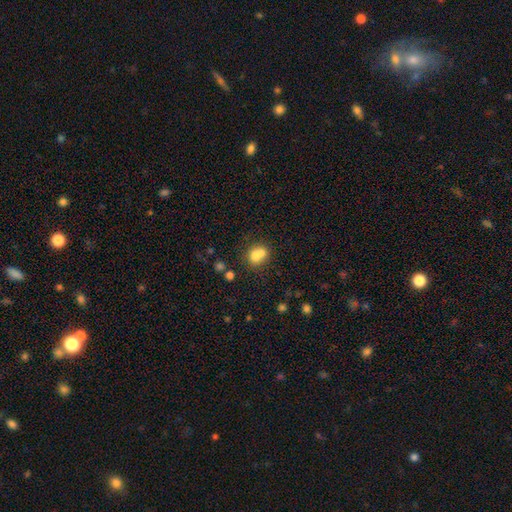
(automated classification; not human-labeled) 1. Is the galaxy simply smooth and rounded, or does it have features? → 72% smooth, 17% featured or disk, 11% star or artifact.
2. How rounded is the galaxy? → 68% round, 31% in between, 1% cigar-shaped.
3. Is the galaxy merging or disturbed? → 57% merger, 31% none, 8% minor disturbance, 4% major disturbance.